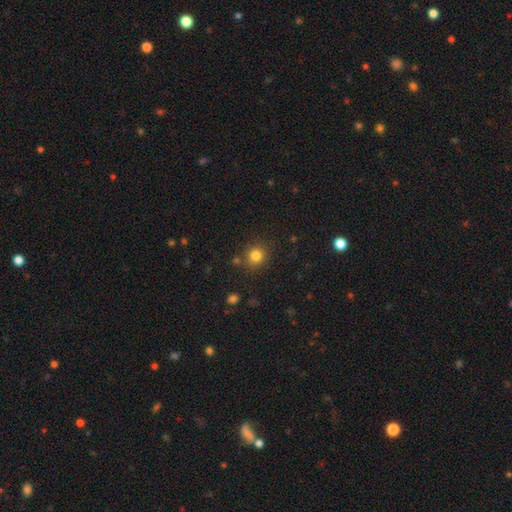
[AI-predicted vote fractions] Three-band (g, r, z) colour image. It shows a smooth galaxy with no disk features (80%) that is round (89%). Merging: none (83%).